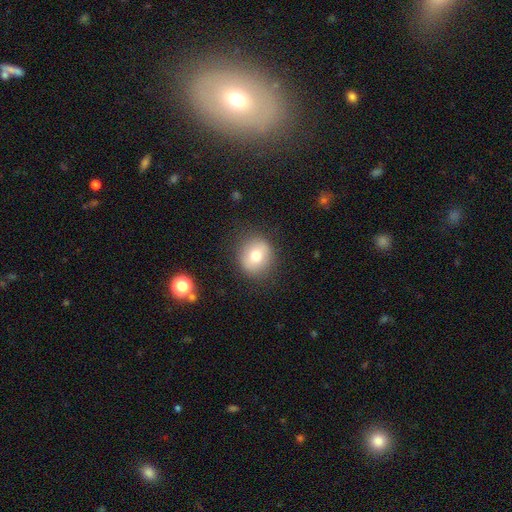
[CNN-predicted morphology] The model was most divided on "smooth or featured": smooth: 72%, featured or disk: 19%, star or artifact: 10%. More confident: merging — none (85%); how rounded — round (78%).